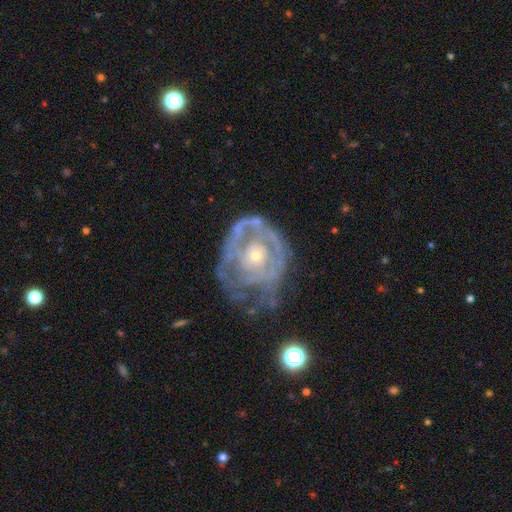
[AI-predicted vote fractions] Morphology: type=featured or disk (79%); edge-on=no (97%); bar=no (83%); spiral arms=yes (64%); bulge=small (72%); merging=none (44%).